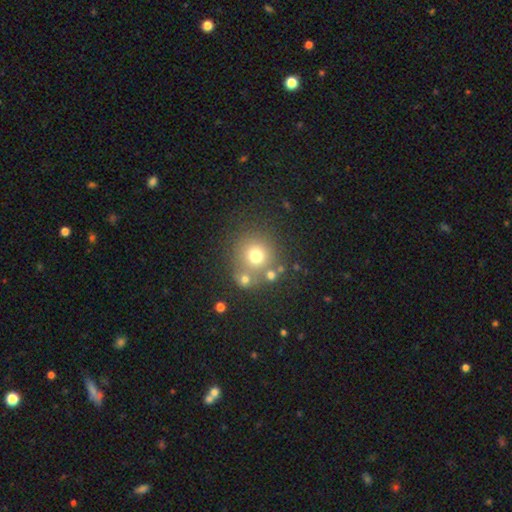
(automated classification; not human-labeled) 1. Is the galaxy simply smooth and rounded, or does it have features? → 70% smooth, 17% star or artifact, 13% featured or disk.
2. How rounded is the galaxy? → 92% round, 7% in between, 1% cigar-shaped.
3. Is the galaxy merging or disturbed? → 66% none, 19% merger, 10% minor disturbance, 5% major disturbance.